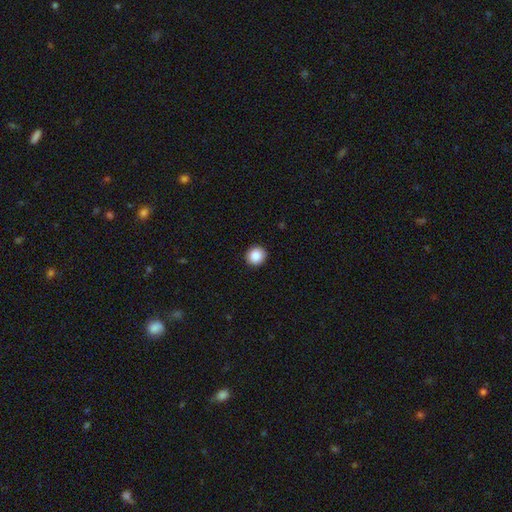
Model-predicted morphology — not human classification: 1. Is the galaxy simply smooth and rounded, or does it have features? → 88% smooth, 9% star or artifact, 4% featured or disk.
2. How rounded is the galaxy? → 92% round, 7% in between, 1% cigar-shaped.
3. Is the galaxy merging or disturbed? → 92% none, 5% minor disturbance, 2% major disturbance, 1% merger.